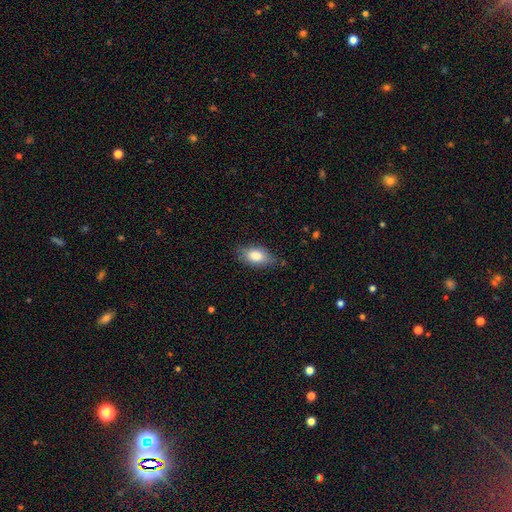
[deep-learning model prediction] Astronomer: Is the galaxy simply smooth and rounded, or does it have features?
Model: smooth — 80%.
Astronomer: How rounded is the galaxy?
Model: in between — 89%.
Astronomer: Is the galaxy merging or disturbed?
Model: none — 72%.